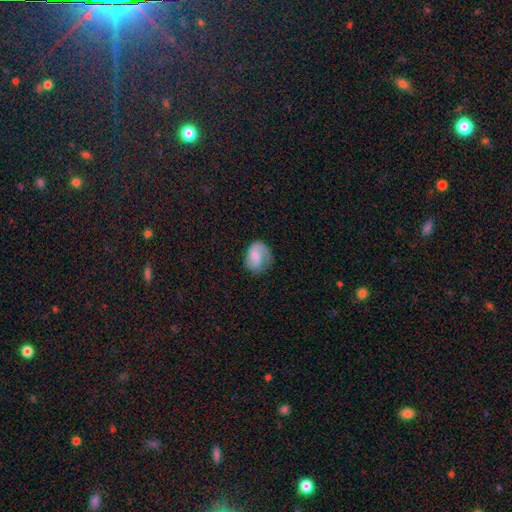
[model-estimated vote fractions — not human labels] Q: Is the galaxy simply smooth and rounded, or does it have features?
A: smooth — 49%.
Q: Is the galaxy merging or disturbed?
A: none — 53%.